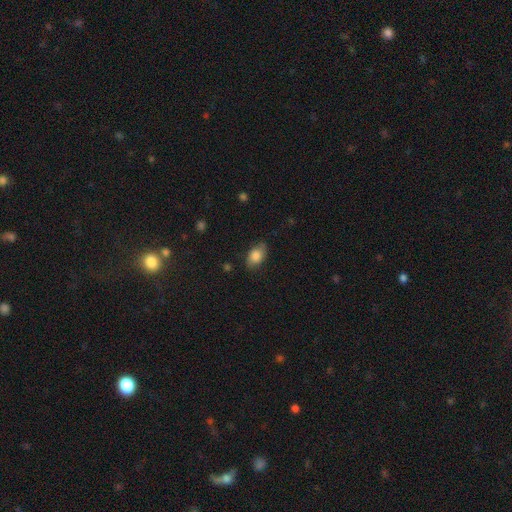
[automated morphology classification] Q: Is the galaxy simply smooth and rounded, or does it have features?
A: smooth — 81%.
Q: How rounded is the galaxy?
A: in between — 87%.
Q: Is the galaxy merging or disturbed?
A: none — 78%.